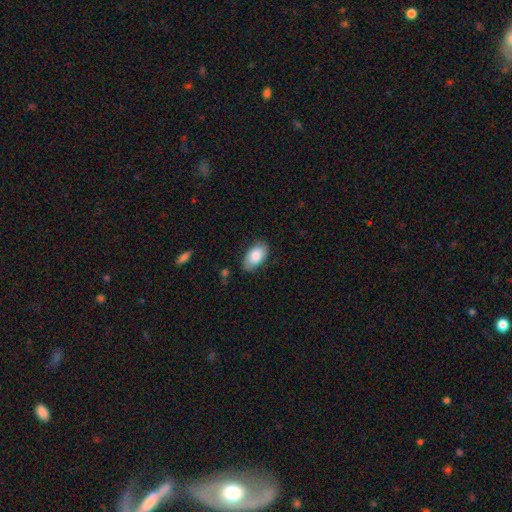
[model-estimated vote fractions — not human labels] A smooth galaxy with no disk features (82%) that is in between round and cigar-shaped (95%). Merging: none (78%).